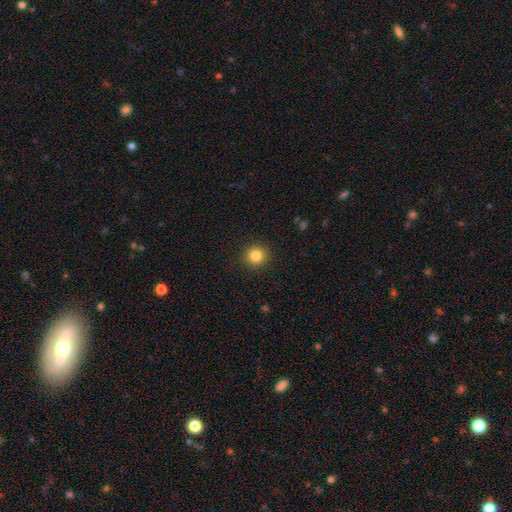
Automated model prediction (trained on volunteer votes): The model was most divided on "smooth or featured": smooth: 83%, star or artifact: 12%, featured or disk: 5%. More confident: how rounded — round (94%); merging — none (92%).